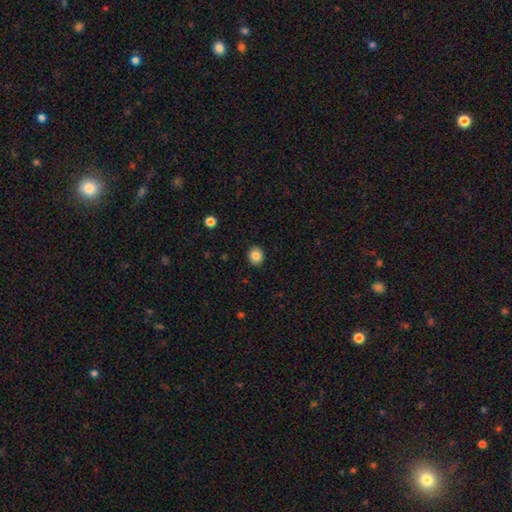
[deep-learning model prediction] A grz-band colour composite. It shows a smooth galaxy with no disk features (85%) that is round (78%). Merging: none (91%).